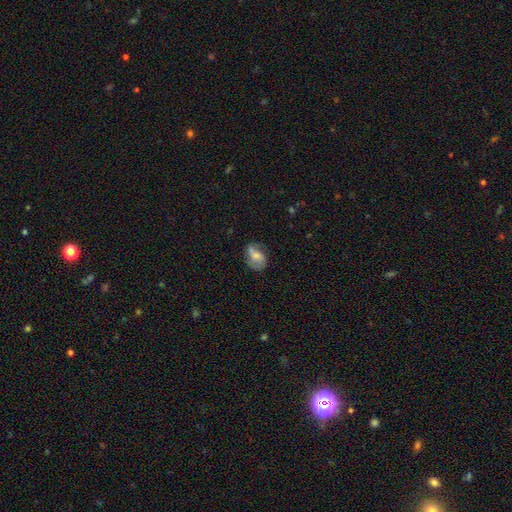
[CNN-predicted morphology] Overall: featured or disk (55%; smooth 37%). Edge-on disk: no (97%). Bar: no (50%; weak 39%). Spiral arms: yes (86%). Bulge size: moderate (43%; small 36%). Merging: none (60%; minor disturbance 25%).